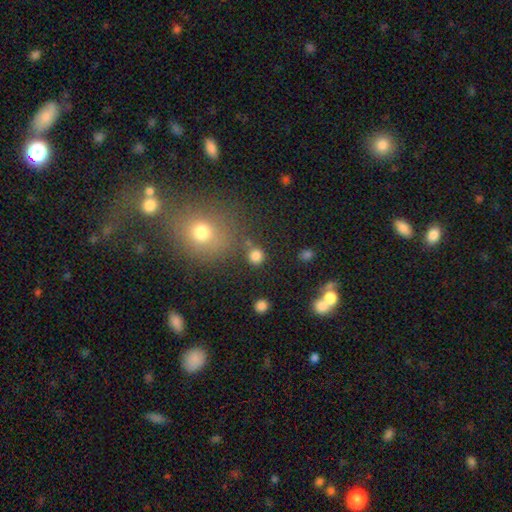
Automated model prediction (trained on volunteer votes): Smooth or featured: smooth — 81% (star or artifact — 14%)
How rounded: round — 90% (in between — 9%)
Merging: none — 79% (merger — 9%)